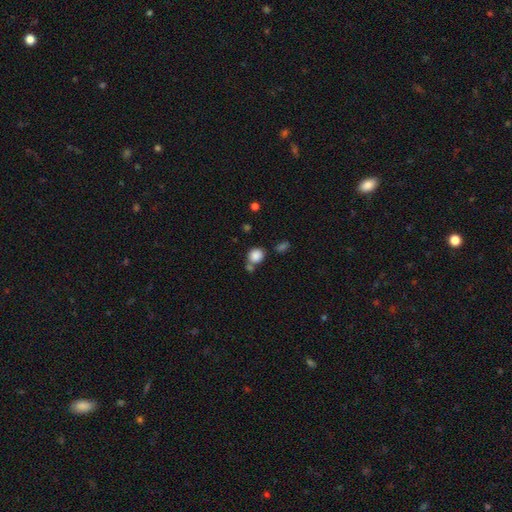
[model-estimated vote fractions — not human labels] Smooth or featured?
  - smooth: 86% *
  - star or artifact: 10%
  - featured or disk: 5%
How rounded?
  - round: 79% *
  - in between: 20%
  - cigar-shaped: 1%
Merging?
  - none: 60% *
  - merger: 23%
  - minor disturbance: 12%
  - major disturbance: 5%